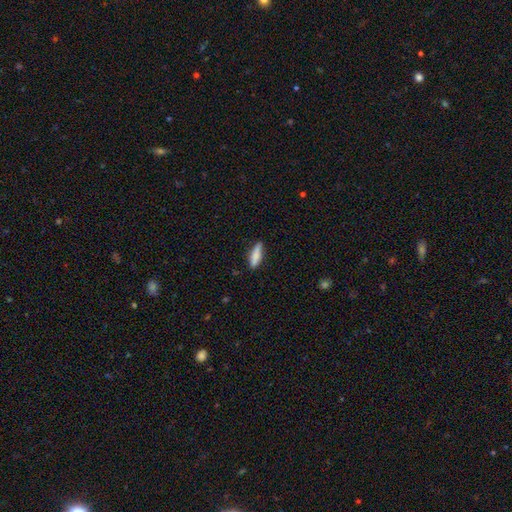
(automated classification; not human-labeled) Smooth or featured? smooth (81%)
How rounded? cigar-shaped (64%)
Merging? none (82%)